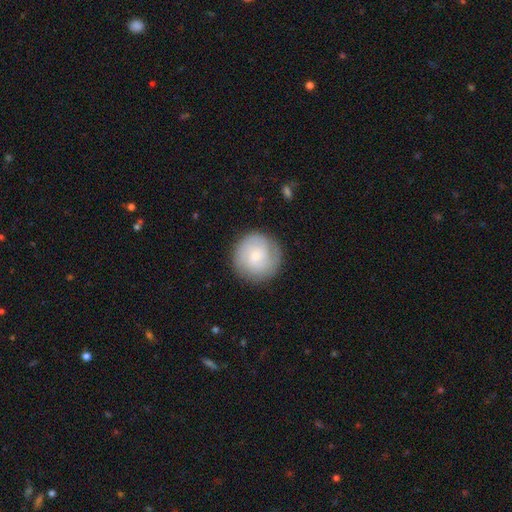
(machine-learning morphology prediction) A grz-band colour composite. It shows a smooth galaxy with no disk features (55%) that is round (94%). Merging: none (85%).